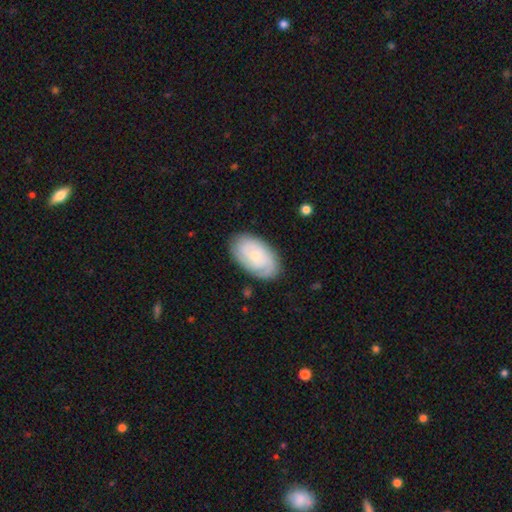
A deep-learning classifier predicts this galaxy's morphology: Smooth or featured? Predicted: featured or disk (p=0.57). Edge-on disk? Predicted: no (p=0.95). Bar? Predicted: no (p=0.76). Spiral arms? Predicted: yes (p=0.85). Bulge size? Predicted: small (p=0.63). Merging? Predicted: none (p=0.80).